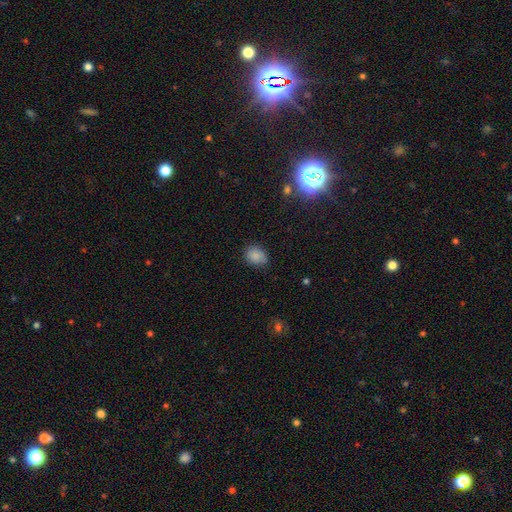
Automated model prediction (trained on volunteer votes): Q: Smooth or featured?
A: smooth (84%); runner-up: star or artifact (10%)
Q: How rounded?
A: in between (57%); runner-up: round (42%)
Q: Merging?
A: none (78%); runner-up: minor disturbance (17%)